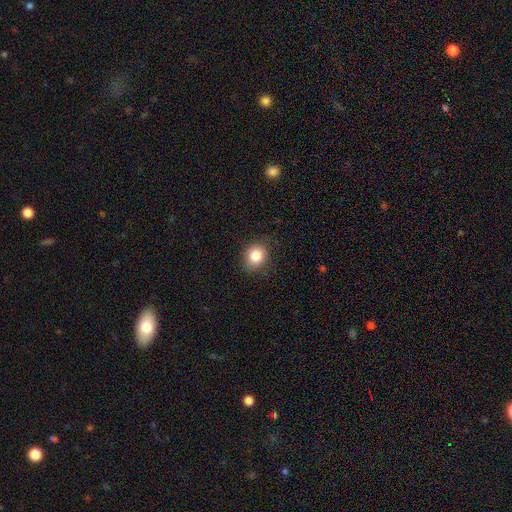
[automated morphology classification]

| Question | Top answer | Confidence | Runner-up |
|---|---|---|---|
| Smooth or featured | smooth | 84% | star or artifact (10%) |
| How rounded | round | 63% | in between (36%) |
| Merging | none | 83% | minor disturbance (13%) |